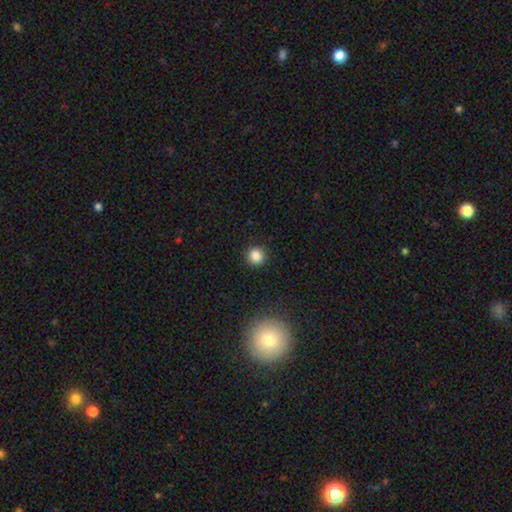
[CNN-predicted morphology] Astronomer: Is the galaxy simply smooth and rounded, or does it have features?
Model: smooth — 85%.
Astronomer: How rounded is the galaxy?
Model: round — 92%.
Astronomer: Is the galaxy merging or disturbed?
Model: none — 90%.